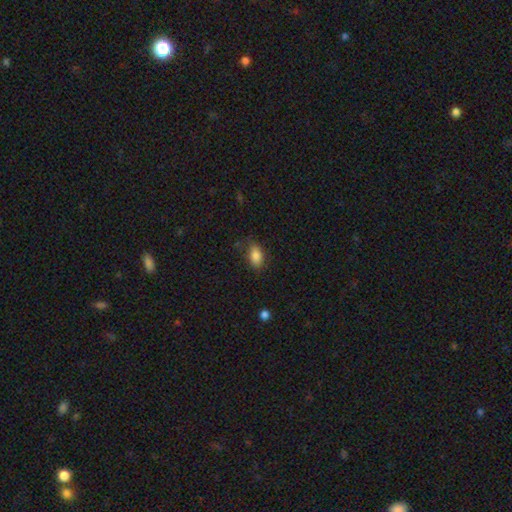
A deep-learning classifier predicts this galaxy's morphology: Smooth or featured: smooth — 84% (featured or disk — 8%)
How rounded: in between — 90% (round — 7%)
Merging: none — 73% (minor disturbance — 21%)